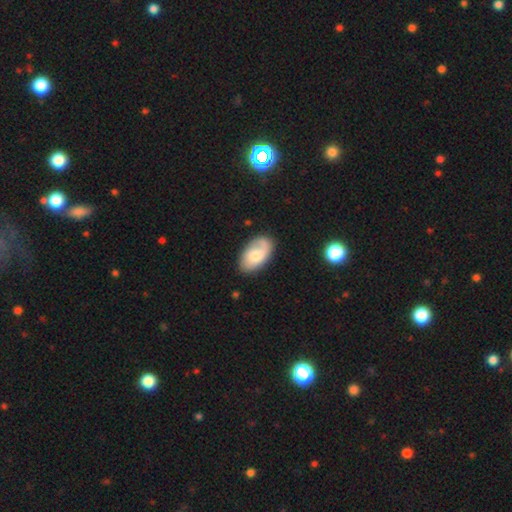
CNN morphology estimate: This is possibly a smooth galaxy (58%). How rounded: clearly in between (93%). Merging: likely none (72%).